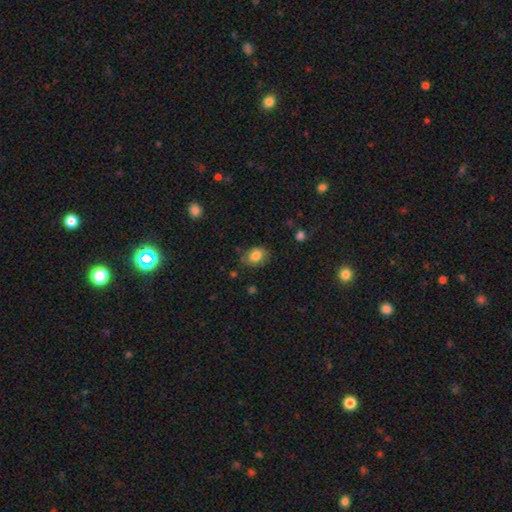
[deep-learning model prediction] Smooth or featured? Predicted: smooth (p=0.81). How rounded? Predicted: in between (p=0.66). Merging? Predicted: none (p=0.74).